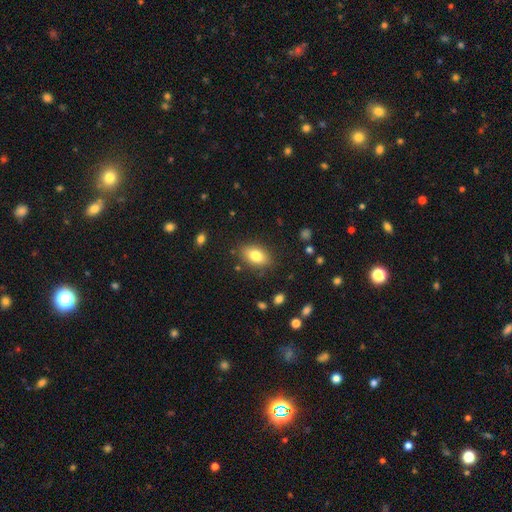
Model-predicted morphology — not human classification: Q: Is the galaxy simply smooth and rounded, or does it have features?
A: smooth — 79%.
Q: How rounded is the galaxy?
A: in between — 86%.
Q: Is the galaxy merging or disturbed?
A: none — 84%.